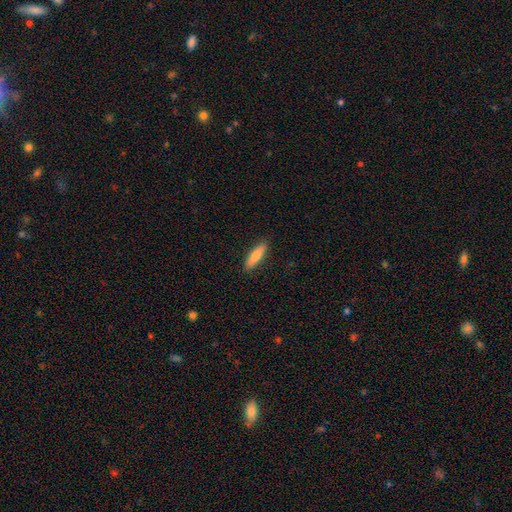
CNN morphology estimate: This appears to be a smooth galaxy with no disk features (82%) that is cigar-shaped (62%). Merging: none (89%).